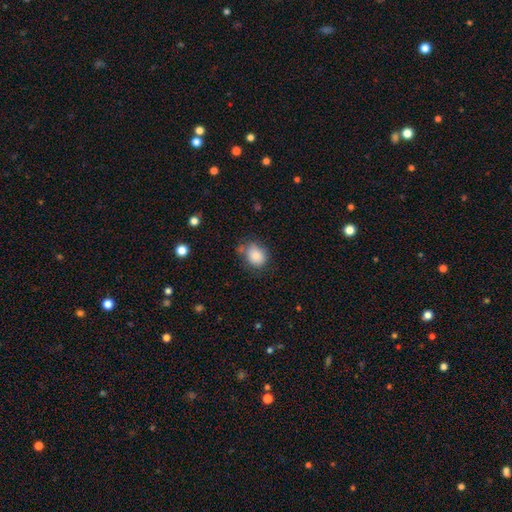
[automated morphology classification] Smooth or featured? Predicted: smooth (p=0.86). How rounded? Predicted: round (p=0.52). Merging? Predicted: none (p=0.64).